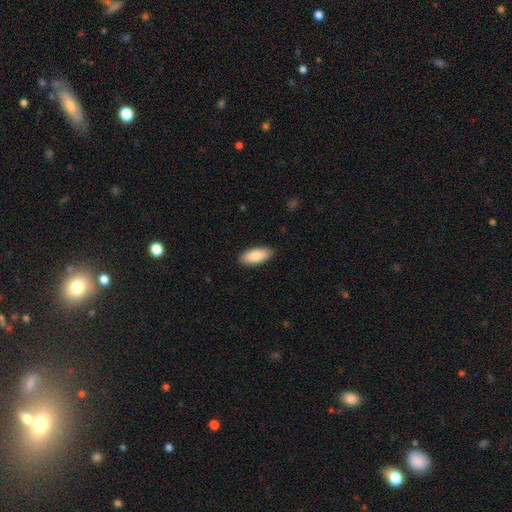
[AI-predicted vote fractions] A smooth galaxy with no disk features (86%) that is in between round and cigar-shaped (87%).

Vote fractions:
- Smooth or featured? smooth: 86% / featured or disk: 9% / star or artifact: 6%
- How rounded? in between: 87% / cigar-shaped: 11% / round: 2%
- Merging? none: 89% / minor disturbance: 8% / major disturbance: 2% / merger: 1%